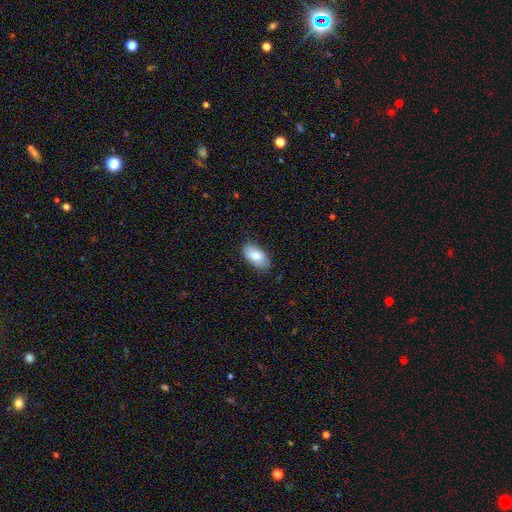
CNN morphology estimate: Q: Smooth or featured?
A: smooth (80%); runner-up: featured or disk (14%)
Q: How rounded?
A: in between (94%); runner-up: round (3%)
Q: Merging?
A: none (82%); runner-up: minor disturbance (14%)